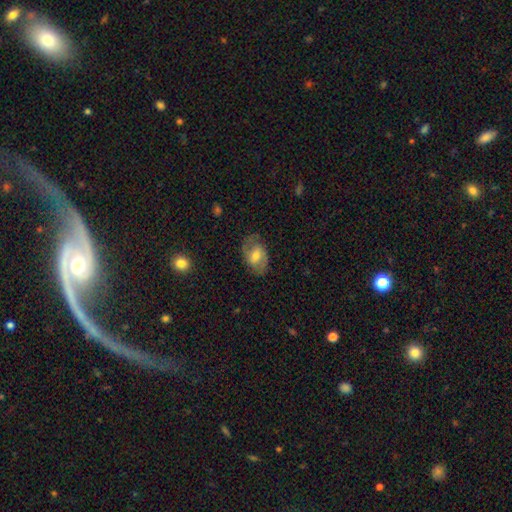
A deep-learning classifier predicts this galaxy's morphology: This is possibly a featured or disk galaxy (54%). It is clearly not viewed edge-on (95%). Bar: possibly weak (49%). Spiral arm pattern: likely yes (75%). Central bulge: likely moderate (68%). Merging: likely none (74%).